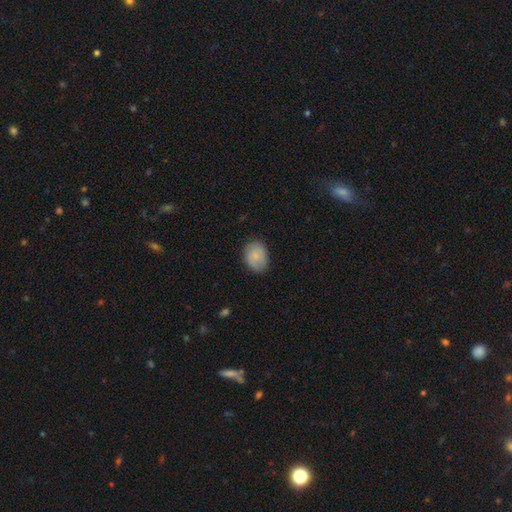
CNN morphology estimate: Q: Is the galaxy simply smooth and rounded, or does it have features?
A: smooth — 81%.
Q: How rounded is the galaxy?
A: in between — 60%.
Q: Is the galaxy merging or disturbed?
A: none — 81%.